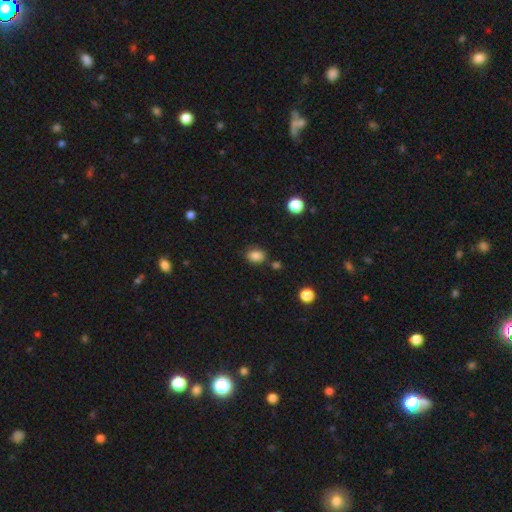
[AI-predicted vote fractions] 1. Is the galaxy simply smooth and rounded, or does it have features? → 85% smooth, 11% star or artifact, 5% featured or disk.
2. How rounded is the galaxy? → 63% in between, 36% round, 1% cigar-shaped.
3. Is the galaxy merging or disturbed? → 78% none, 13% minor disturbance, 6% merger, 3% major disturbance.